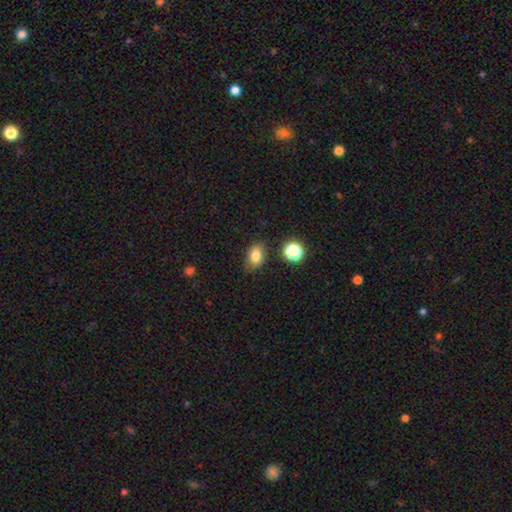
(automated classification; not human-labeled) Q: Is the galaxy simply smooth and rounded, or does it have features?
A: smooth — 79%.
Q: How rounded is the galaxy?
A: in between — 80%.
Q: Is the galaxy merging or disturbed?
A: none — 79%.